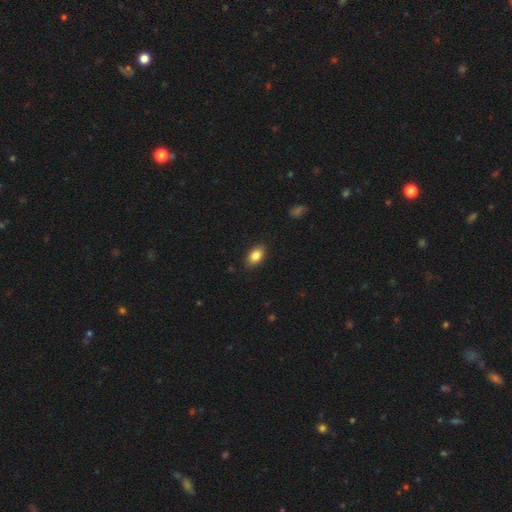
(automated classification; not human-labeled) This is clearly a smooth galaxy (84%). How rounded: clearly in between (88%). Merging: clearly none (88%).